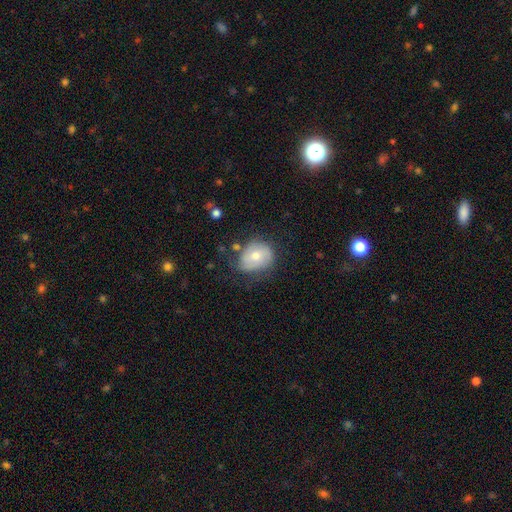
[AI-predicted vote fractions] smooth_or_featured: smooth (p=0.57) [alt: featured or disk p=0.35]
how_rounded: round (p=0.60) [alt: in between p=0.39]
merging: none (p=0.53) [alt: minor disturbance p=0.31]